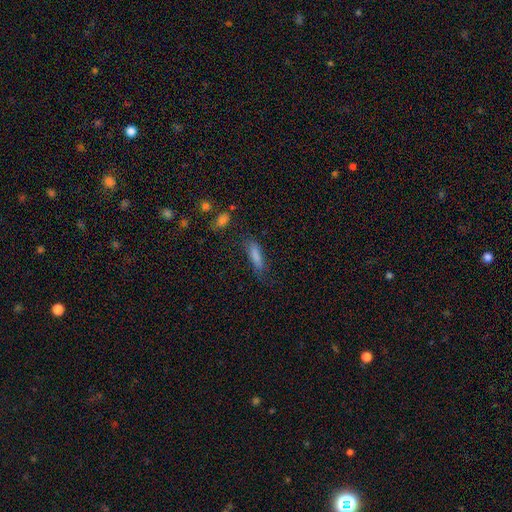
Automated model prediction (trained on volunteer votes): smooth 80%, featured or disk 12%, star or artifact 9%. Down the decision tree: how rounded — cigar-shaped (61%); merging — none (64%).